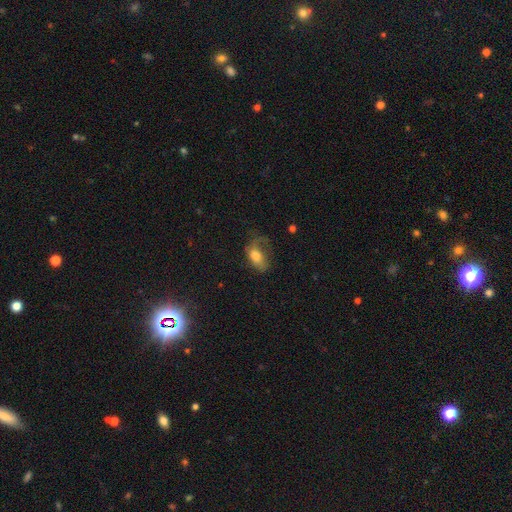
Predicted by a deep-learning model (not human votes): A smooth galaxy with no disk features (61%) that is in between round and cigar-shaped (86%).

Vote fractions:
- Smooth or featured? smooth: 61% / featured or disk: 30% / star or artifact: 9%
- How rounded? in between: 86% / round: 11% / cigar-shaped: 3%
- Merging? major disturbance: 46% / none: 27% / minor disturbance: 25% / merger: 2%